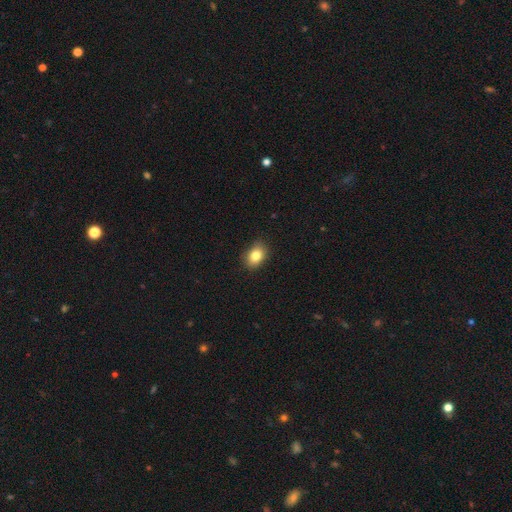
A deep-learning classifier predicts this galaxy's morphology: Smooth or featured? smooth (83%)
How rounded? in between (72%)
Merging? none (86%)